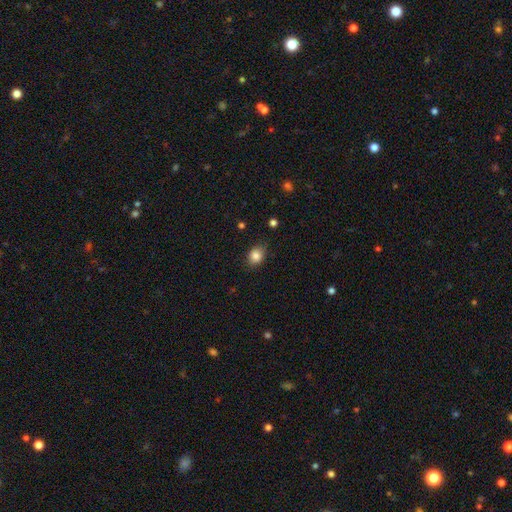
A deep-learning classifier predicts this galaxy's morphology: Q: Smooth or featured?
A: smooth (85%); runner-up: star or artifact (10%)
Q: How rounded?
A: in between (51%); runner-up: round (48%)
Q: Merging?
A: none (80%); runner-up: minor disturbance (15%)